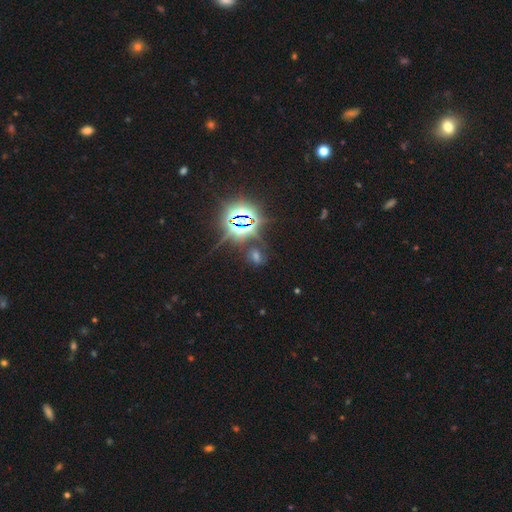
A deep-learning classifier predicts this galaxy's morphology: Smooth or featured? star or artifact (66%)